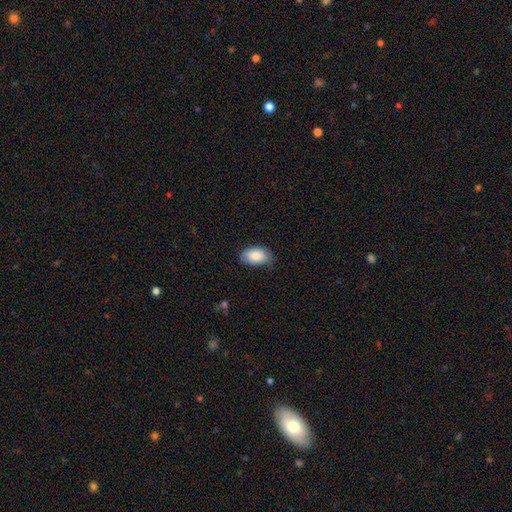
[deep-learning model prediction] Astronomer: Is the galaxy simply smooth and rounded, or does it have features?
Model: smooth — 86%.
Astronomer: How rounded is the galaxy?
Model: in between — 94%.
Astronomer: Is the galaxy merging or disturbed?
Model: none — 69%.